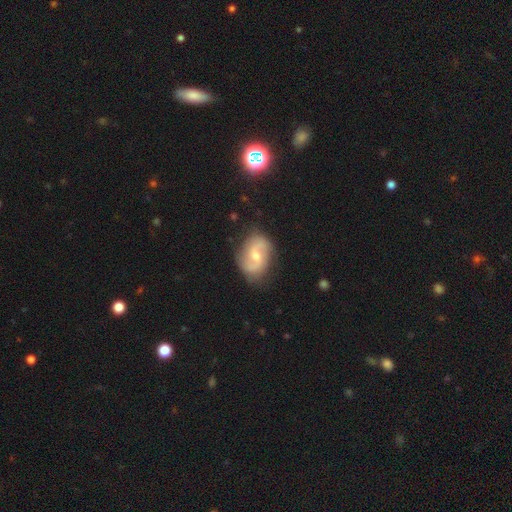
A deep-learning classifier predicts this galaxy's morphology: smooth-or-featured: featured or disk: 79% | smooth: 16% | star or artifact: 5%
  disk-edge-on: no: 97% | yes: 3%
    bar: weak: 49% | no: 40% | strong: 11%
    has-spiral-arms: yes: 93% | no: 7%
      spiral-winding: medium: 47% | loose: 36% | tight: 17%
      spiral-arm-count: 2: 90% | can't tell: 5% | 1: 2% | 3: 1% | 4: 1% | more than 4: 1%
    bulge-size: moderate: 54% | small: 41% | large: 2% | none: 2% | dominant: 1%
  merging: none: 79% | minor disturbance: 15% | major disturbance: 4% | merger: 2%